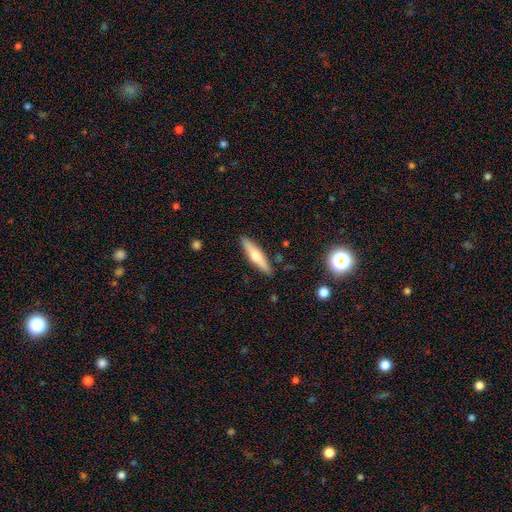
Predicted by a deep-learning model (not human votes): Smooth or featured: featured or disk — 48% (smooth — 46%)
Merging: none — 89% (minor disturbance — 8%)